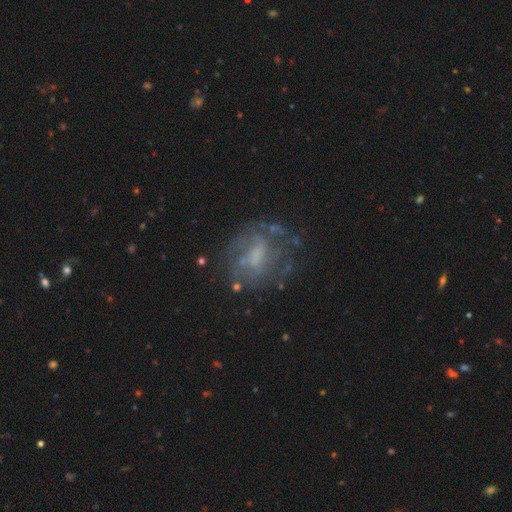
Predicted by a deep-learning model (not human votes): Morphology: type=featured or disk (66%); edge-on=no (96%); bar=no (48%); spiral arms=yes (54%); bulge=small (33%); merging=none (62%).